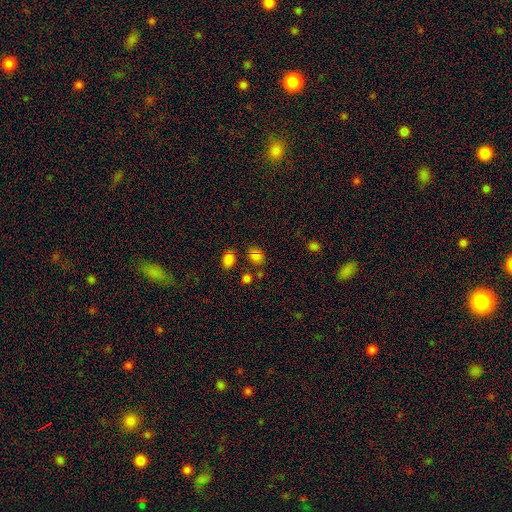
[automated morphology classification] This appears to be a smooth galaxy with no disk features (74%) that is round (50%). Merging: none (72%).